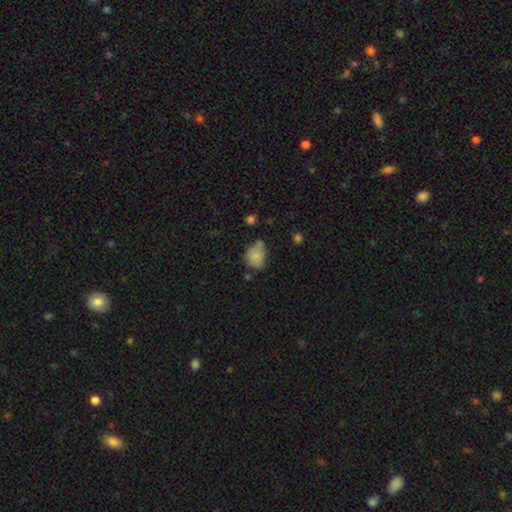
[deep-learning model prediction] A smooth galaxy with no disk features (76%) that is in between round and cigar-shaped (51%).

Vote fractions:
- Smooth or featured? smooth: 76% / featured or disk: 14% / star or artifact: 10%
- How rounded? in between: 51% / round: 48% / cigar-shaped: 1%
- Merging? none: 40% / minor disturbance: 34% / merger: 13% / major disturbance: 13%